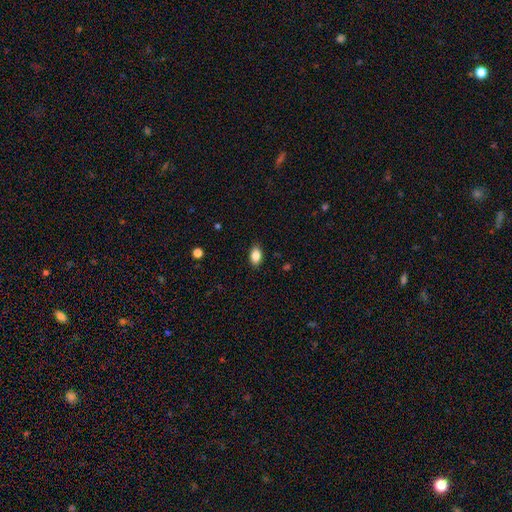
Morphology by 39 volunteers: smooth_or_featured: smooth (p=0.82) [alt: featured or disk p=0.13]
how_rounded: in between (p=0.72) [alt: round p=0.19]
merging: none (p=0.95) [alt: minor disturbance p=0.03]